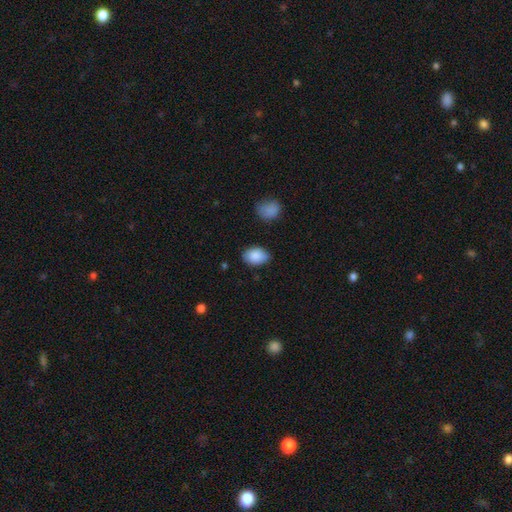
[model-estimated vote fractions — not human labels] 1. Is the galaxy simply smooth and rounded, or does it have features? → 87% smooth, 7% star or artifact, 6% featured or disk.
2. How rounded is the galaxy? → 81% in between, 18% round, 1% cigar-shaped.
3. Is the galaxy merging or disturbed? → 76% none, 18% minor disturbance, 3% major disturbance, 2% merger.